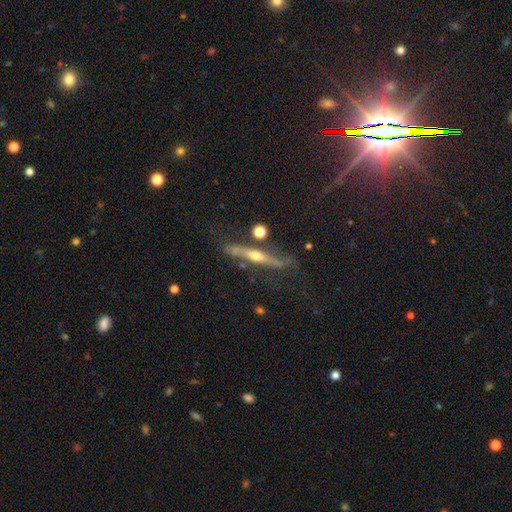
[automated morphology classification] A featured or disk galaxy (72%) viewed edge-on (93%) with a rounded central bulge (89%). Merging: none (70%).